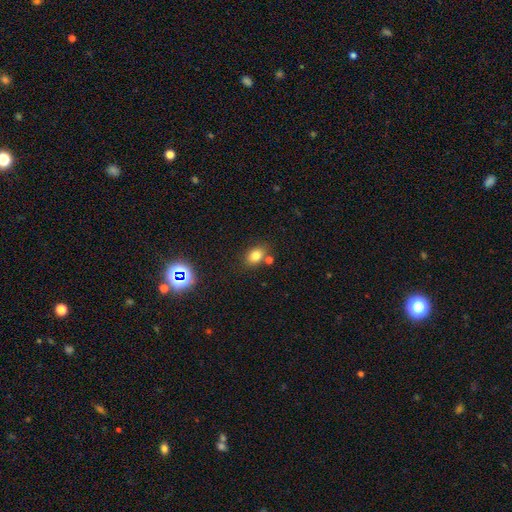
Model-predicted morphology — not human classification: This appears to be a smooth galaxy with no disk features (80%) that is in between round and cigar-shaped (72%). Merging: none (71%).